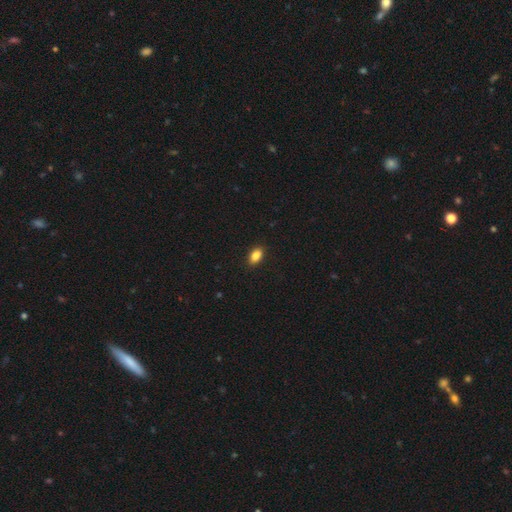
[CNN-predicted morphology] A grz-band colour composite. It shows a smooth galaxy with no disk features (86%) that is in between round and cigar-shaped (88%). Merging: none (89%).